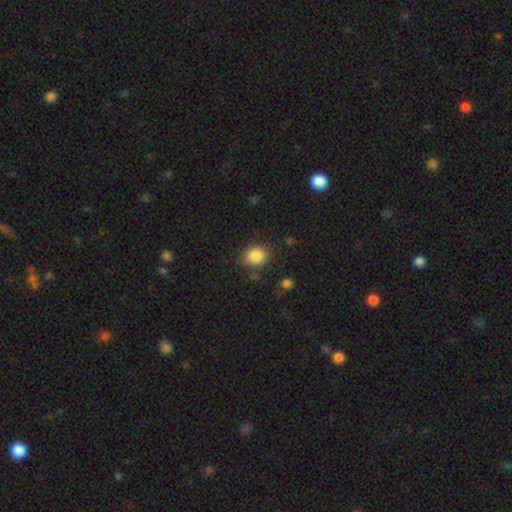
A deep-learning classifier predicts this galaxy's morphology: Smooth or featured?
  - smooth: 85% *
  - star or artifact: 10%
  - featured or disk: 5%
How rounded?
  - round: 67% *
  - in between: 32%
  - cigar-shaped: 1%
Merging?
  - none: 81% *
  - minor disturbance: 12%
  - major disturbance: 4%
  - merger: 3%